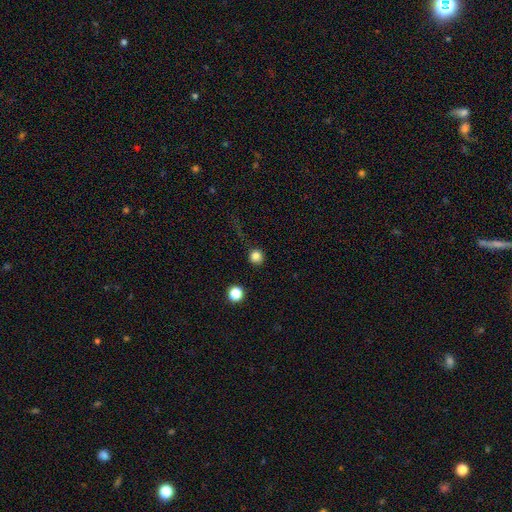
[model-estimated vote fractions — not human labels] Smooth or featured: smooth — 82% (star or artifact — 13%)
How rounded: round — 94% (in between — 5%)
Merging: none — 82% (minor disturbance — 10%)